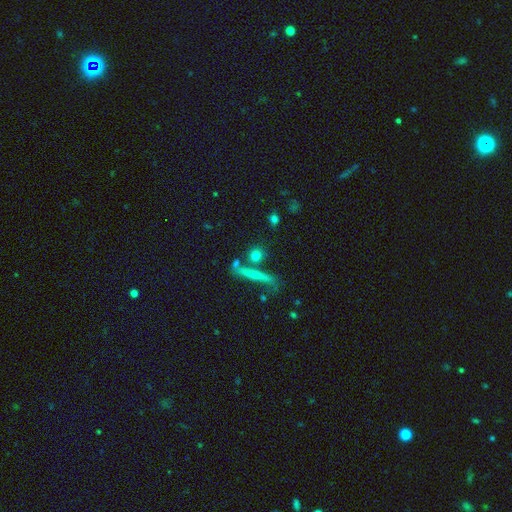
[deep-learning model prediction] smooth 71%, featured or disk 19%, star or artifact 11%. Down the decision tree: how rounded — round (58%); merging — none (70%).